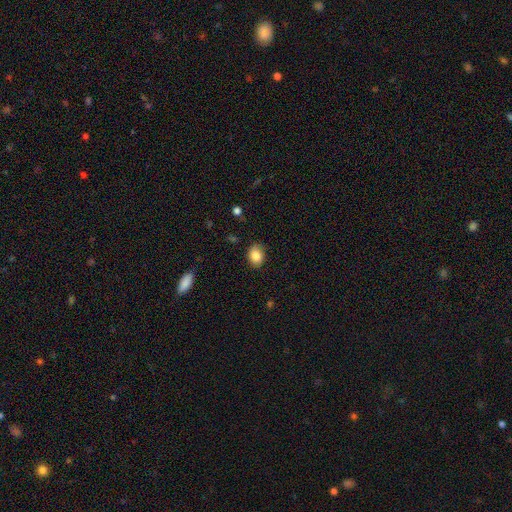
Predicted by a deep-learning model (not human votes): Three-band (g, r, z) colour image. It shows a smooth galaxy with no disk features (85%) that is in between round and cigar-shaped (62%). Merging: none (83%).